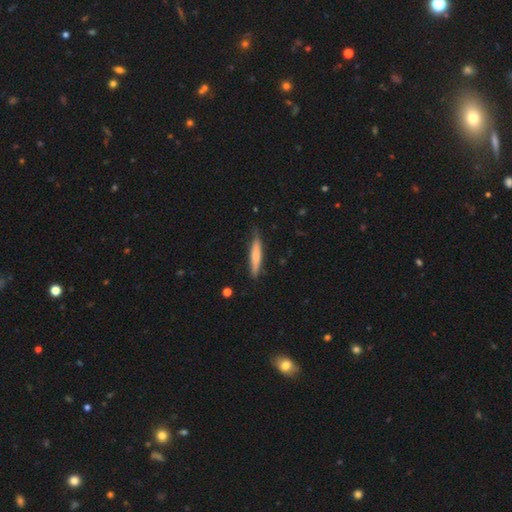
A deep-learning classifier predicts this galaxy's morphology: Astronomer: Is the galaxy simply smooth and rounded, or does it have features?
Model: smooth — 69%.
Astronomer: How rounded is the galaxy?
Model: cigar-shaped — 91%.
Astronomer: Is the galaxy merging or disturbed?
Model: none — 79%.